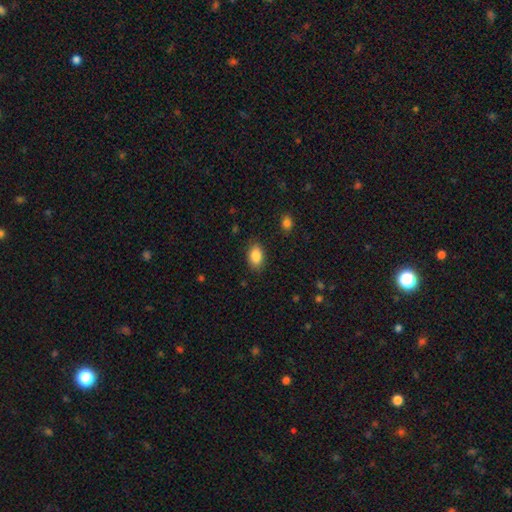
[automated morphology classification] smooth-or-featured: smooth: 87% | star or artifact: 8% | featured or disk: 5%
  how-rounded: in between: 86% | round: 12% | cigar-shaped: 1%
  merging: none: 85% | minor disturbance: 11% | major disturbance: 3% | merger: 1%